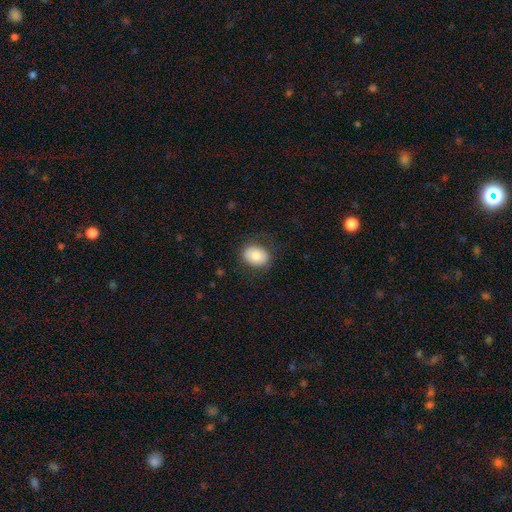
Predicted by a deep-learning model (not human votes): smooth-or-featured: smooth: 82% | featured or disk: 11% | star or artifact: 7%
  how-rounded: in between: 65% | round: 34% | cigar-shaped: 1%
  merging: none: 80% | minor disturbance: 14% | major disturbance: 5% | merger: 1%